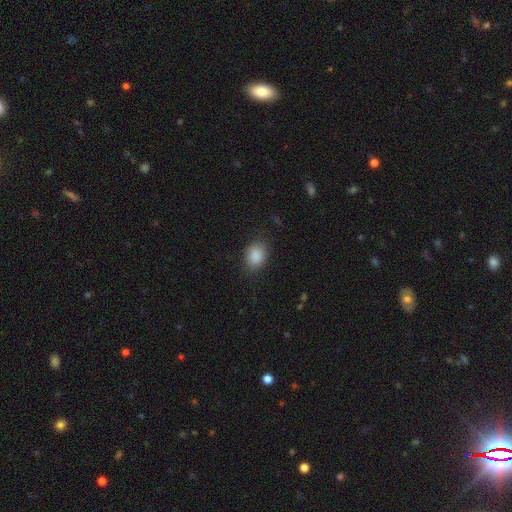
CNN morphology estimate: smooth-or-featured: smooth: 87% | star or artifact: 9% | featured or disk: 4%
  how-rounded: in between: 63% | round: 36% | cigar-shaped: 1%
  merging: none: 82% | minor disturbance: 13% | major disturbance: 4% | merger: 1%